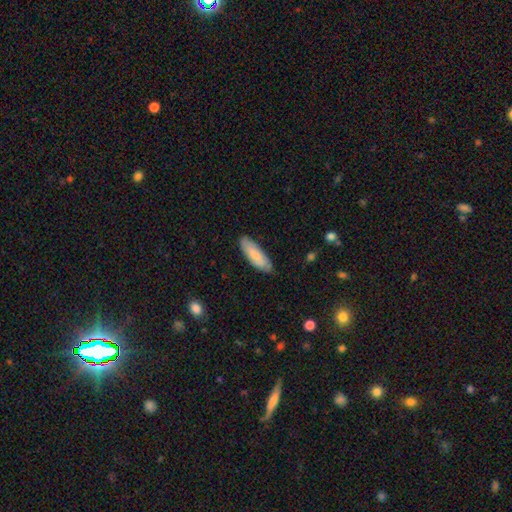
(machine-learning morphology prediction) Q: Smooth or featured?
A: smooth (72%); runner-up: featured or disk (23%)
Q: How rounded?
A: in between (59%); runner-up: cigar-shaped (40%)
Q: Merging?
A: none (80%); runner-up: minor disturbance (16%)